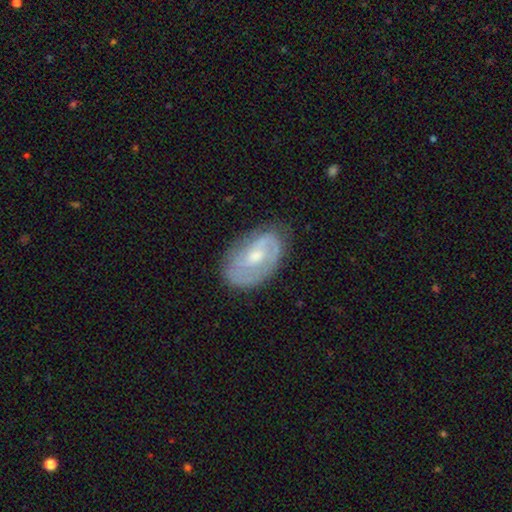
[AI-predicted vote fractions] smooth_or_featured: featured or disk (p=0.69) [alt: smooth p=0.25]
disk_edge_on: no (p=0.95) [alt: yes p=0.05]
bar: no (p=0.46) [alt: weak p=0.43]
has_spiral_arms: yes (p=0.78) [alt: no p=0.22]
spiral_winding: tight (p=0.44) [alt: medium p=0.38]
spiral_arm_count: 2 (p=0.51) [alt: can't tell p=0.27]
bulge_size: moderate (p=0.54) [alt: small p=0.40]
merging: none (p=0.71) [alt: minor disturbance p=0.21]